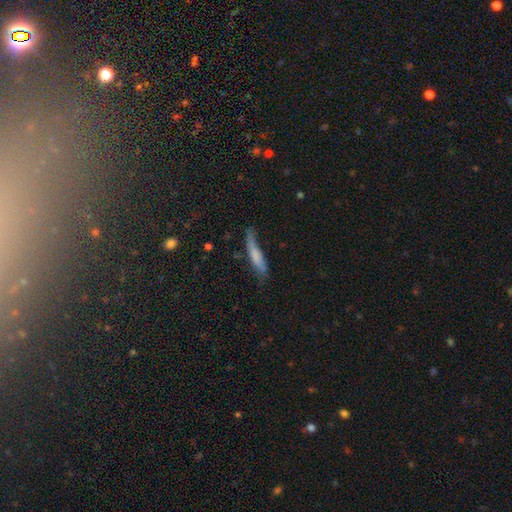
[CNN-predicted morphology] Overall: smooth (70%). How rounded: cigar-shaped (86%). Merging: none (56%; minor disturbance 30%).